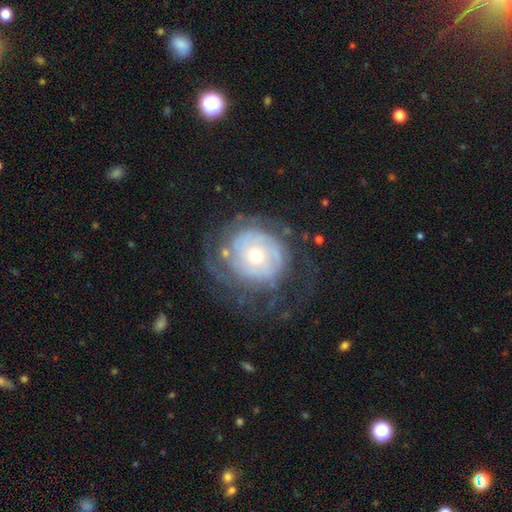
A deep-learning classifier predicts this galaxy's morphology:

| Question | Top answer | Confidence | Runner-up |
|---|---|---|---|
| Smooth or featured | featured or disk | 77% | smooth (16%) |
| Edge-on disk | no | 97% | yes (3%) |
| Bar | no | 80% | weak (16%) |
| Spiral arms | yes | 83% | no (17%) |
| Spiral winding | tight | 67% | medium (23%) |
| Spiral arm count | can't tell | 48% | 2 (23%) |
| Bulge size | moderate | 56% | small (37%) |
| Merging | none | 60% | minor disturbance (20%) |